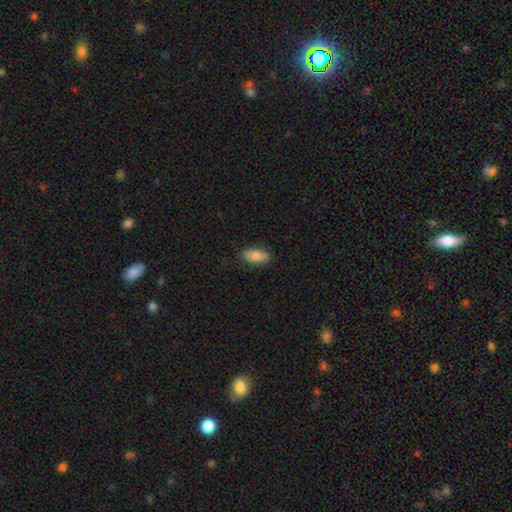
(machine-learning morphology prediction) A smooth galaxy with no disk features (80%) that is in between round and cigar-shaped (87%). Merging: none (84%).